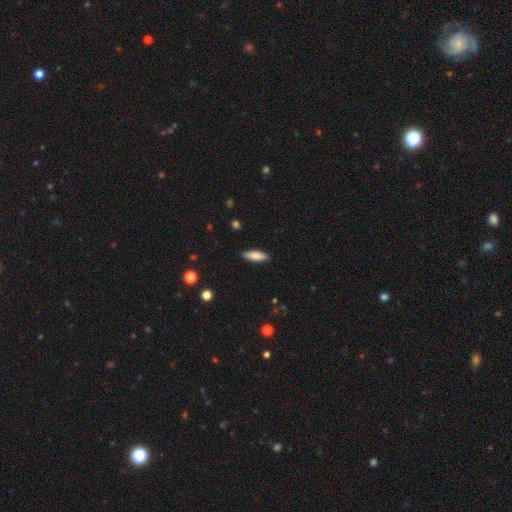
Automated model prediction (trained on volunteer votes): Smooth or featured: smooth — 84% (featured or disk — 10%)
How rounded: cigar-shaped — 53% (in between — 46%)
Merging: none — 89% (minor disturbance — 8%)